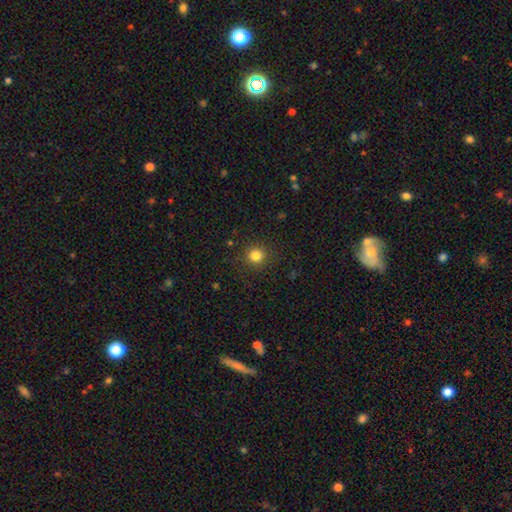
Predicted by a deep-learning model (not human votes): Morphology: type=smooth (82%); roundness=round (93%); merging=none (90%).